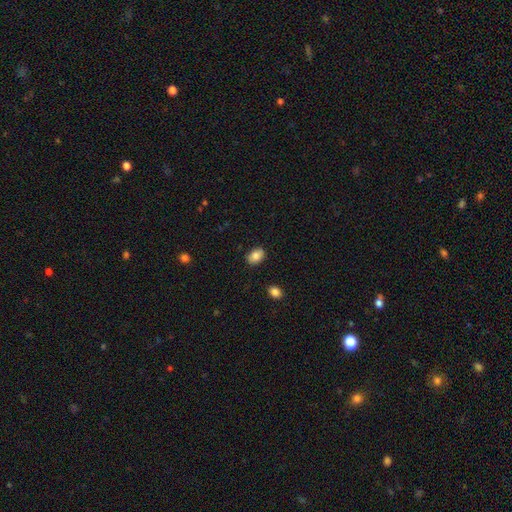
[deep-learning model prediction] smooth-or-featured: smooth: 84% | featured or disk: 8% | star or artifact: 8%
  how-rounded: in between: 78% | round: 21% | cigar-shaped: 1%
  merging: none: 86% | minor disturbance: 10% | major disturbance: 2% | merger: 1%